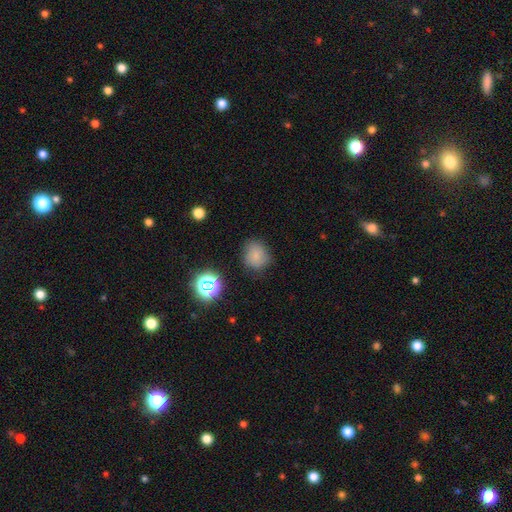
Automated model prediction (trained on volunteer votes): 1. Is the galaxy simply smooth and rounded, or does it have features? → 76% smooth, 16% star or artifact, 8% featured or disk.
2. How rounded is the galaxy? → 76% round, 23% in between, 1% cigar-shaped.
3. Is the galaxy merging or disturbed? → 77% none, 16% minor disturbance, 5% major disturbance, 2% merger.